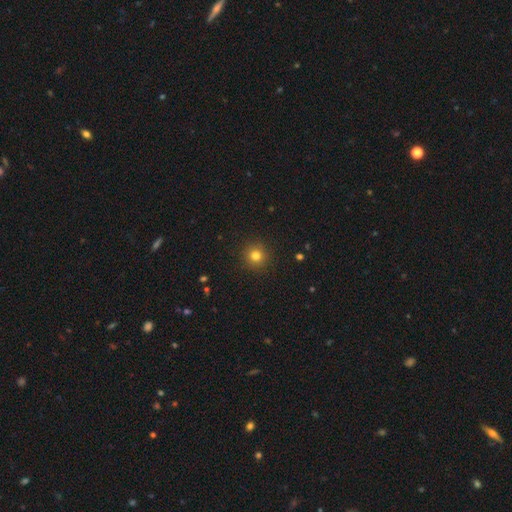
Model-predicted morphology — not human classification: A smooth galaxy with no disk features (80%) that is round (94%). Merging: none (92%).